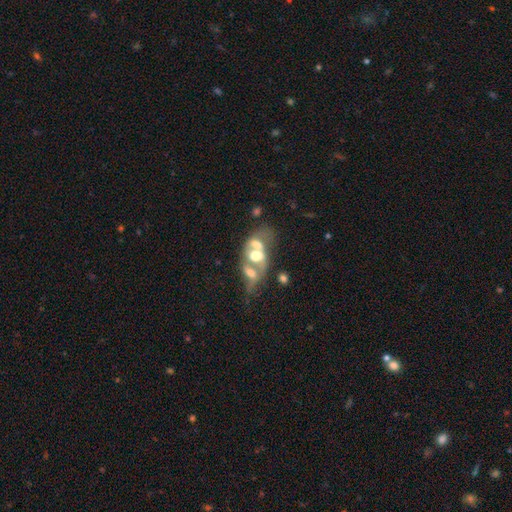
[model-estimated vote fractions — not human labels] smooth-or-featured: featured or disk: 50% | smooth: 39% | star or artifact: 12%
  merging: merger: 72% | major disturbance: 12% | none: 11% | minor disturbance: 6%